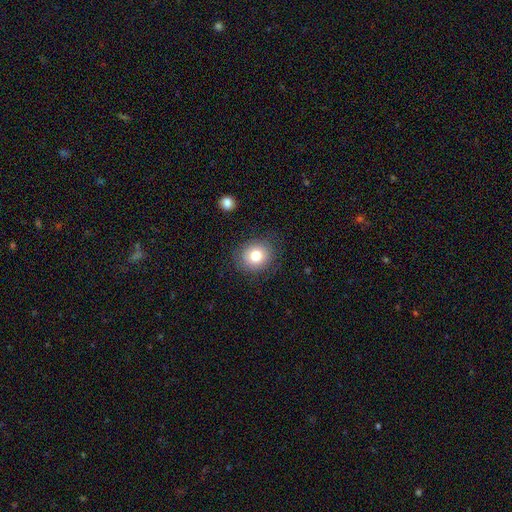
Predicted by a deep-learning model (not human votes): smooth 79%, featured or disk 11%, star or artifact 10%. Down the decision tree: how rounded — round (77%); merging — none (85%).